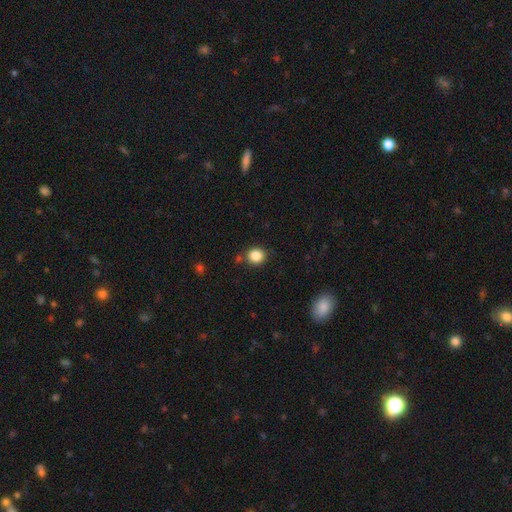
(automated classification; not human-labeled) smooth-or-featured: smooth: 86% | star or artifact: 10% | featured or disk: 4%
  how-rounded: round: 85% | in between: 14% | cigar-shaped: 1%
  merging: none: 82% | minor disturbance: 10% | merger: 6% | major disturbance: 3%